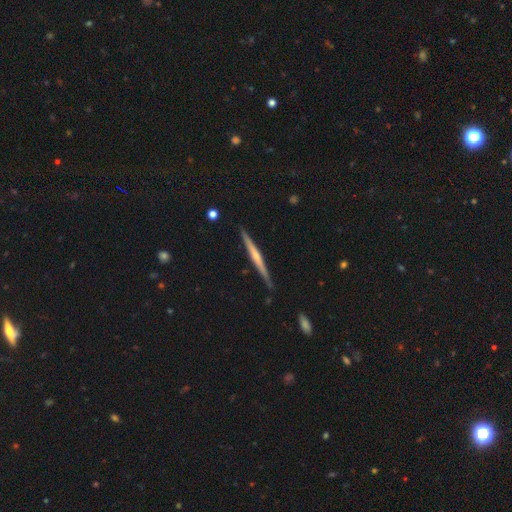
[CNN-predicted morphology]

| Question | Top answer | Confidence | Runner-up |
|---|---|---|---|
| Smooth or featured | featured or disk | 66% | smooth (28%) |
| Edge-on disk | yes | 98% | no (2%) |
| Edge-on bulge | rounded | 55% | none (38%) |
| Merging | none | 87% | minor disturbance (10%) |